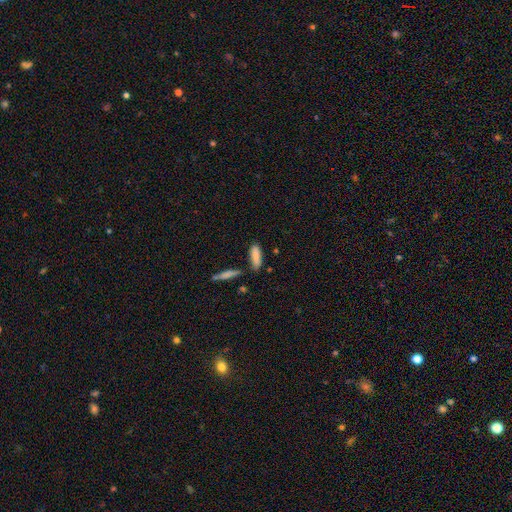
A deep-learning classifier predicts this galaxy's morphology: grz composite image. It shows a smooth galaxy with no disk features (82%) that is in between round and cigar-shaped (52%). Merging: none (69%).